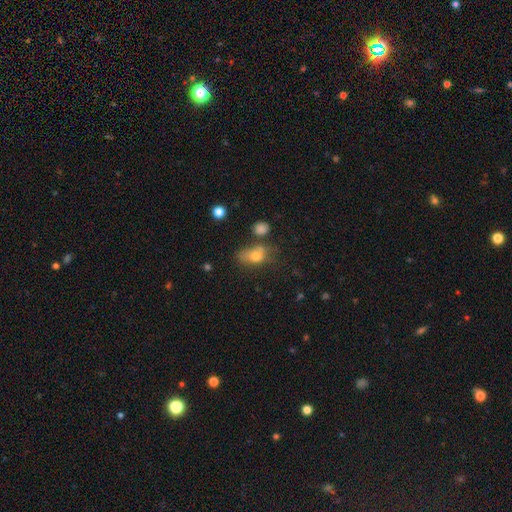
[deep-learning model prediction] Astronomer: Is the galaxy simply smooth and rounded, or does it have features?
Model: smooth — 70%.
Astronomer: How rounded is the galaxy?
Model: in between — 74%.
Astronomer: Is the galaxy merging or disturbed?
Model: none — 40% (runner-up: minor disturbance, 26%).